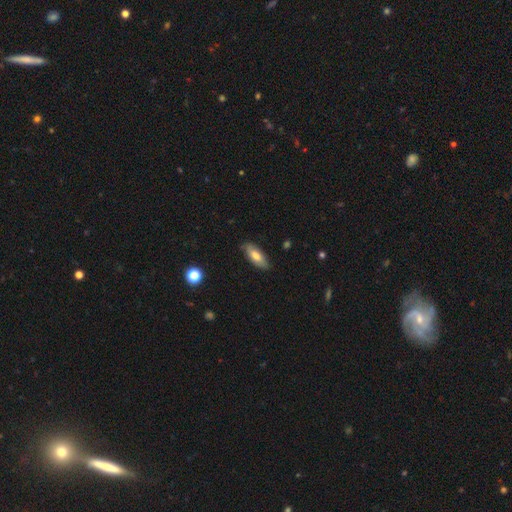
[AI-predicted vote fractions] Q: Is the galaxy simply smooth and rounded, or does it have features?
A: smooth — 70%.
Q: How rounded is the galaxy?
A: in between — 78%.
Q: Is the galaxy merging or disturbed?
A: none — 83%.